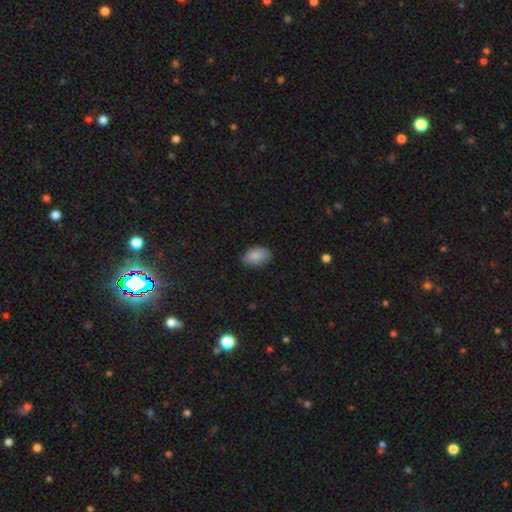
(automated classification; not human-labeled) This is clearly a smooth galaxy (87%). How rounded: clearly in between (89%). Merging: clearly none (80%).